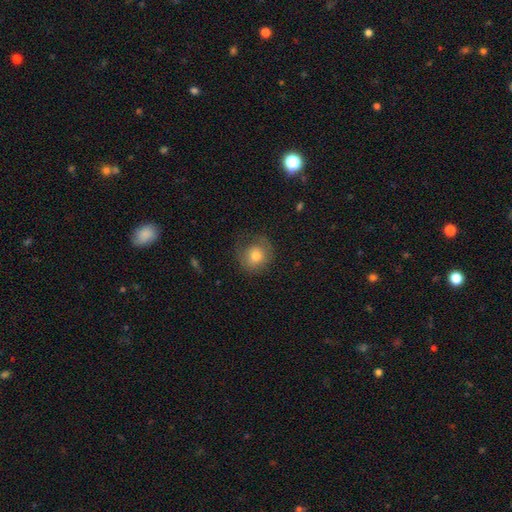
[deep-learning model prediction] This is likely a smooth galaxy (72%). How rounded: clearly round (82%). Merging: likely none (64%).